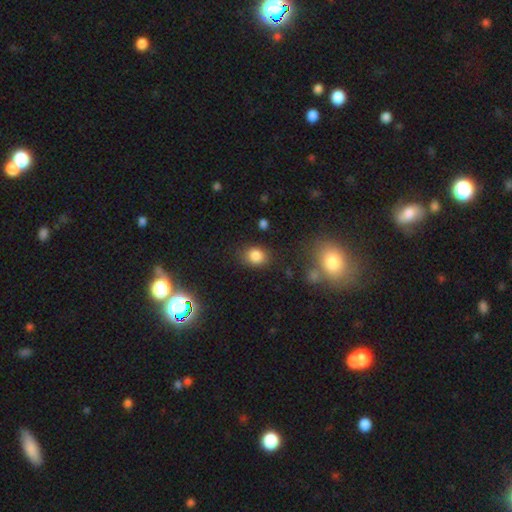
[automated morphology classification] Smooth or featured? smooth (83%)
How rounded? in between (50%)
Merging? none (81%)